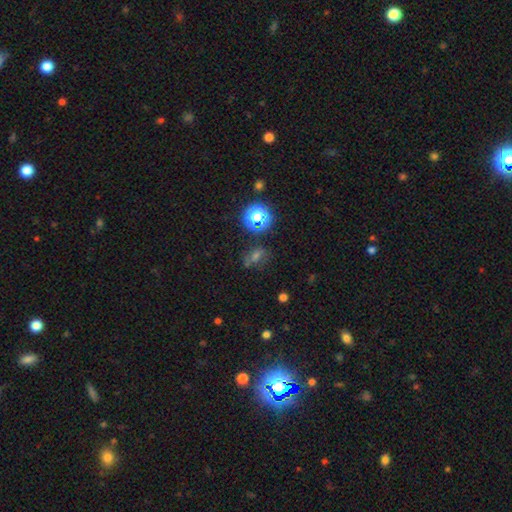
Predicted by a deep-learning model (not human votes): Smooth or featured? star or artifact (47%)